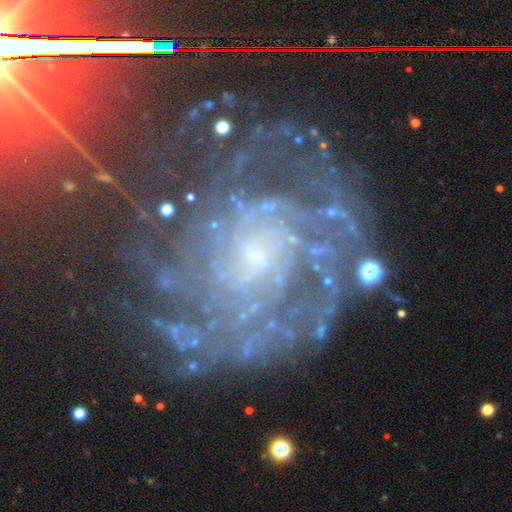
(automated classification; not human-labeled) Smooth or featured?
  - featured or disk: 78% *
  - star or artifact: 15%
  - smooth: 7%
Edge-on disk?
  - no: 97% *
  - yes: 3%
Bar?
  - no: 70% *
  - weak: 22%
  - strong: 7%
Spiral arms?
  - yes: 92% *
  - no: 8%
Spiral winding?
  - tight: 63% *
  - medium: 28%
  - loose: 9%
Spiral arm count?
  - can't tell: 38% *
  - 2: 14%
  - more than 4: 13%
  - 3: 13%
  - 4: 12%
  - 1: 9%
Bulge size?
  - small: 70% *
  - moderate: 17%
  - none: 9%
  - large: 3%
  - dominant: 1%
Merging?
  - none: 67% *
  - minor disturbance: 17%
  - major disturbance: 14%
  - merger: 3%